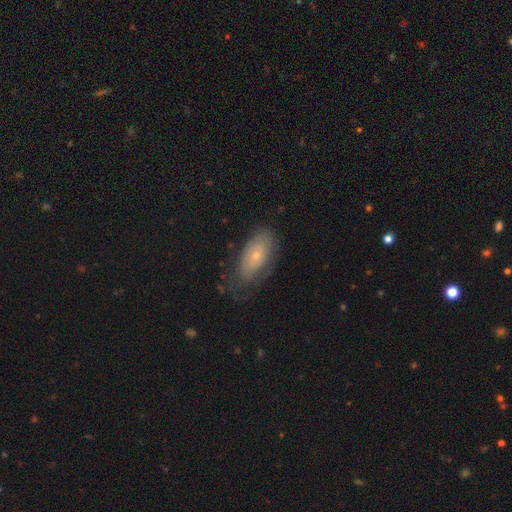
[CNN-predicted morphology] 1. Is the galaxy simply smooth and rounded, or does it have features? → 54% smooth, 38% featured or disk, 8% star or artifact.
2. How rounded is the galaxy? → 90% in between, 6% cigar-shaped, 4% round.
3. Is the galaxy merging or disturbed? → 59% none, 28% minor disturbance, 11% major disturbance, 1% merger.